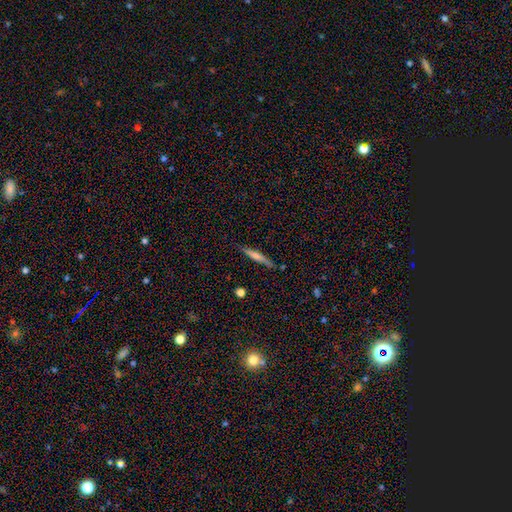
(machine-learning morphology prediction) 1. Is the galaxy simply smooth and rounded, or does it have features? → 50% smooth, 43% featured or disk, 7% star or artifact.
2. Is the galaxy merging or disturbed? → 85% none, 11% minor disturbance, 2% major disturbance, 2% merger.